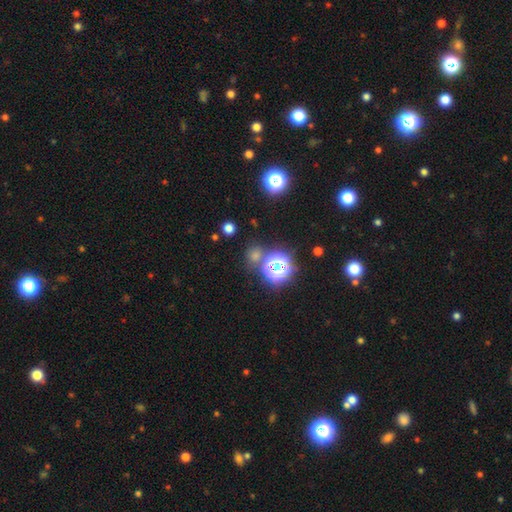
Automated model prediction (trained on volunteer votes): A star or artifact, not a galaxy (55%).